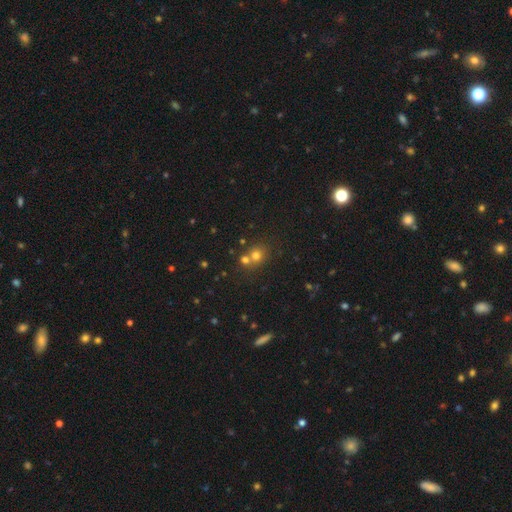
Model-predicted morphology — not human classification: This is likely a smooth galaxy (71%). How rounded: clearly round (82%). Merging: possibly none (50%).